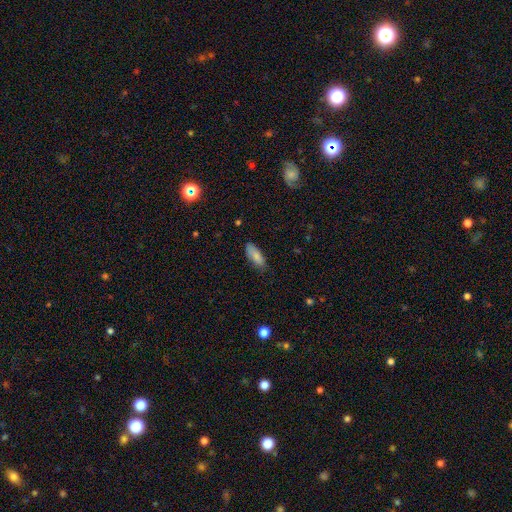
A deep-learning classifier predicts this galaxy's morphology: A smooth galaxy with no disk features (83%) that is in between round and cigar-shaped (75%). Merging: none (76%).